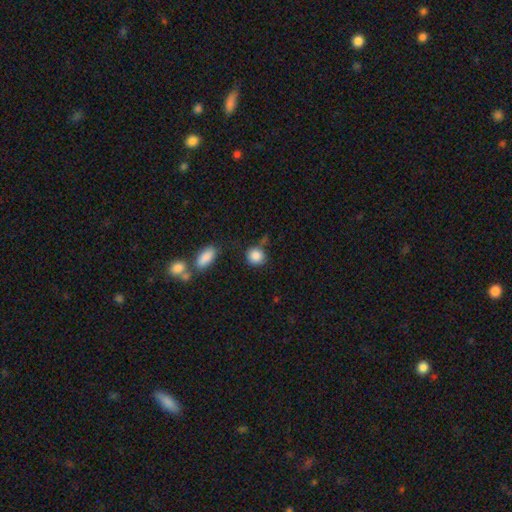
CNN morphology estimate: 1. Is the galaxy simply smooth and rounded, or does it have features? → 87% smooth, 8% star or artifact, 5% featured or disk.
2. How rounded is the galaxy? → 80% round, 19% in between, 2% cigar-shaped.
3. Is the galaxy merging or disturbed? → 69% none, 16% minor disturbance, 9% merger, 5% major disturbance.